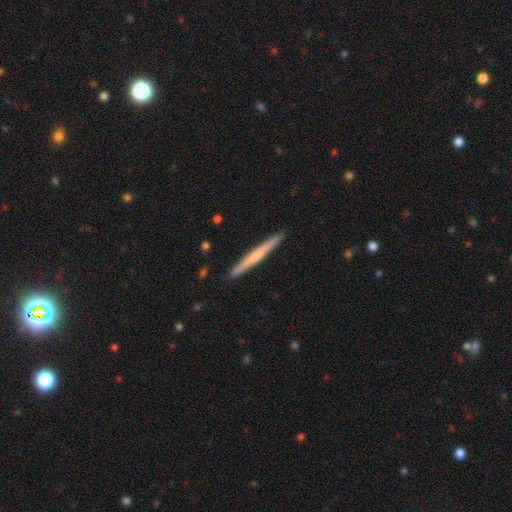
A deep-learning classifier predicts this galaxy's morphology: A smooth galaxy with no disk features (49%). Merging: none (92%).